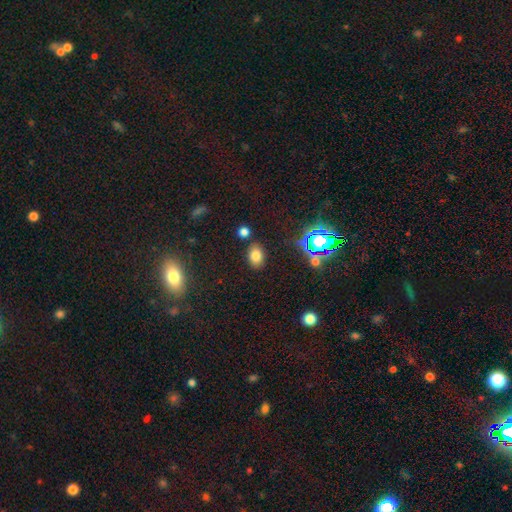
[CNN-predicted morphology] Overall: smooth (74%). How rounded: in between (78%). Merging: none (82%).